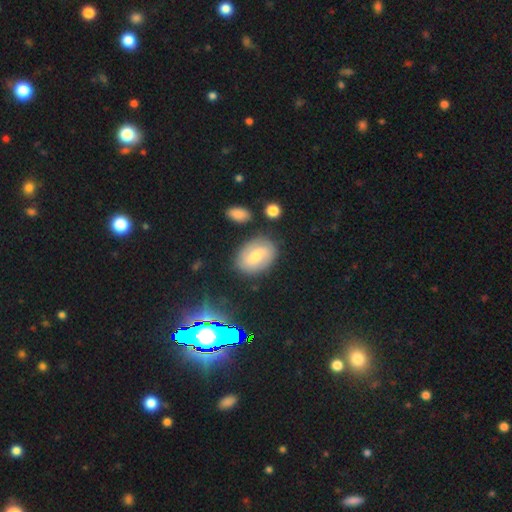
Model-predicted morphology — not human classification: smooth-or-featured: smooth: 45% | featured or disk: 44% | star or artifact: 12%
  merging: none: 78% | minor disturbance: 14% | major disturbance: 4% | merger: 4%